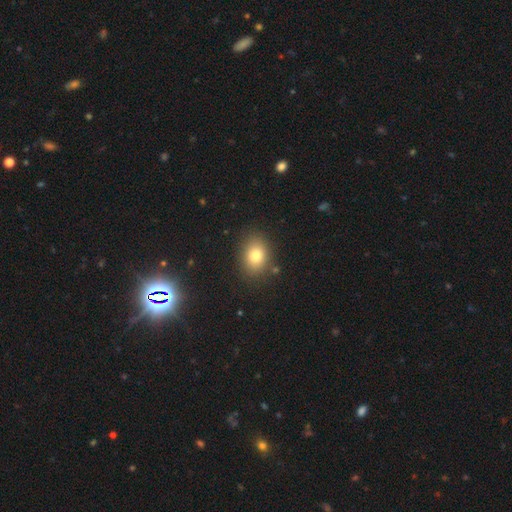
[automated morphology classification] smooth-or-featured: smooth: 78% | star or artifact: 12% | featured or disk: 10%
  how-rounded: in between: 59% | round: 40% | cigar-shaped: 1%
  merging: none: 84% | minor disturbance: 10% | major disturbance: 3% | merger: 2%